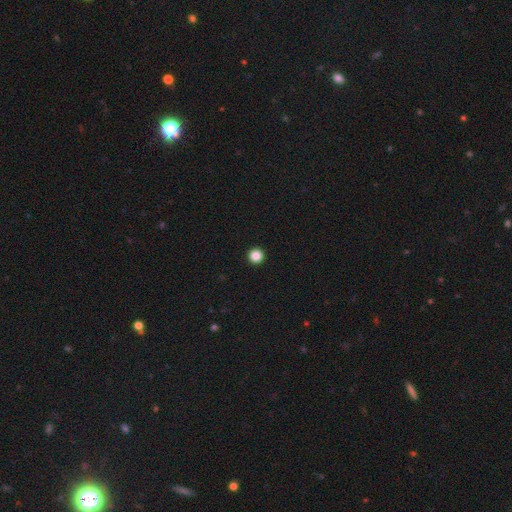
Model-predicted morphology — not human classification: Smooth or featured: smooth — 86% (star or artifact — 11%)
How rounded: round — 97% (in between — 2%)
Merging: none — 95% (minor disturbance — 3%)